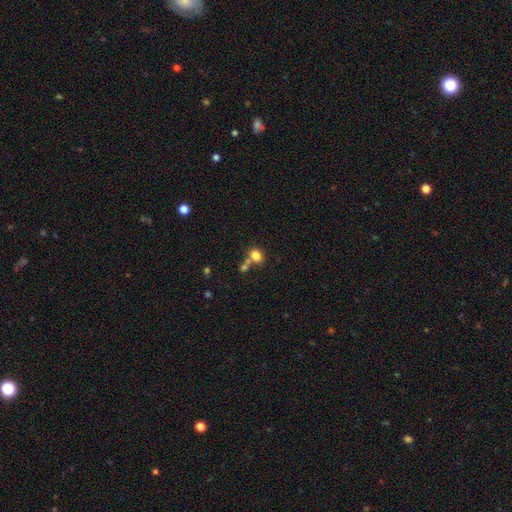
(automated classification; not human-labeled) A smooth galaxy with no disk features (81%) that is in between round and cigar-shaped (53%).

Vote fractions:
- Smooth or featured? smooth: 81% / star or artifact: 11% / featured or disk: 8%
- How rounded? in between: 53% / round: 46% / cigar-shaped: 1%
- Merging? none: 50% / merger: 34% / minor disturbance: 11% / major disturbance: 5%